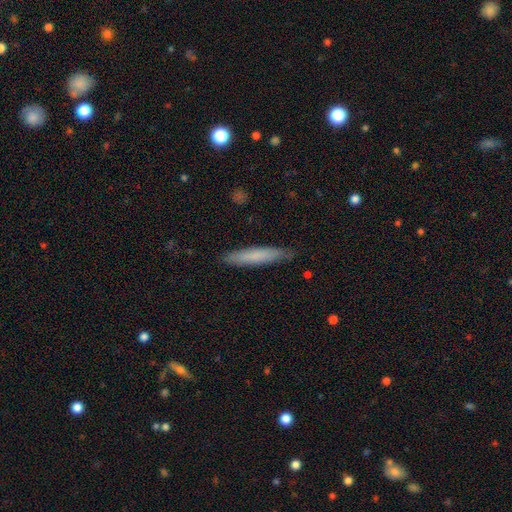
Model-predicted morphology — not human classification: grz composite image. It shows a smooth galaxy with no disk features (73%) that is cigar-shaped (91%). Merging: none (88%).